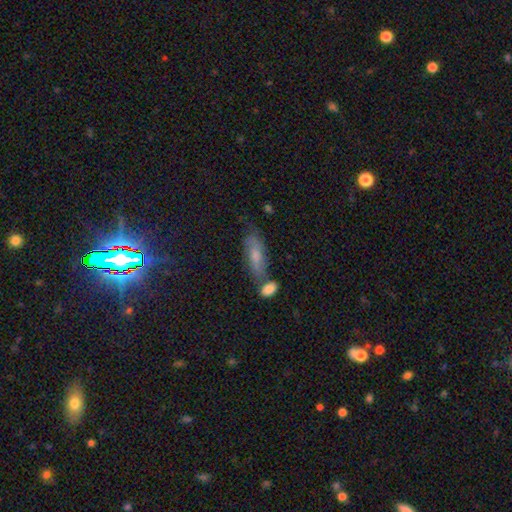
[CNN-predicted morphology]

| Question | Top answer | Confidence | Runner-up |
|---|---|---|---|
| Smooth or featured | smooth | 54% | featured or disk (35%) |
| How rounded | in between | 67% | cigar-shaped (29%) |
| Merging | none | 51% | minor disturbance (22%) |